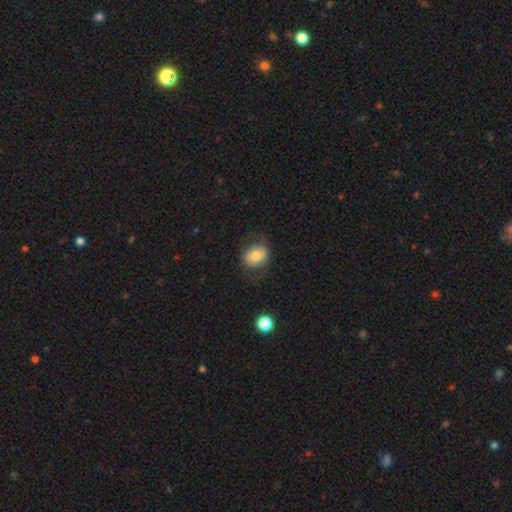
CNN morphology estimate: A smooth galaxy with no disk features (70%) that is round (52%).

Vote fractions:
- Smooth or featured? smooth: 70% / featured or disk: 22% / star or artifact: 9%
- How rounded? round: 52% / in between: 47% / cigar-shaped: 1%
- Merging? none: 71% / minor disturbance: 19% / major disturbance: 9% / merger: 1%